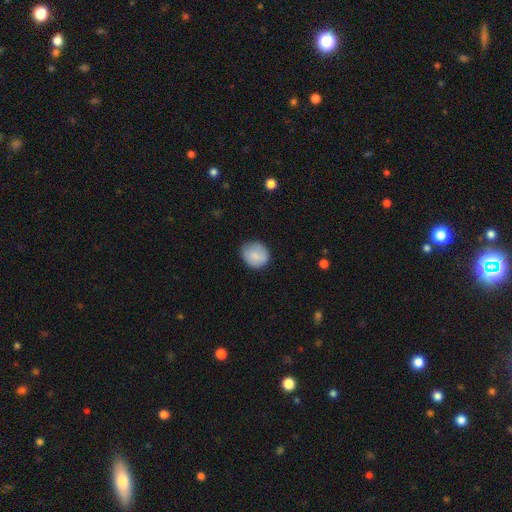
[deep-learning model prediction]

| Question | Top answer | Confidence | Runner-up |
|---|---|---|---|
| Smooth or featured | smooth | 84% | featured or disk (9%) |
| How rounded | round | 78% | in between (21%) |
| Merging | none | 79% | minor disturbance (17%) |